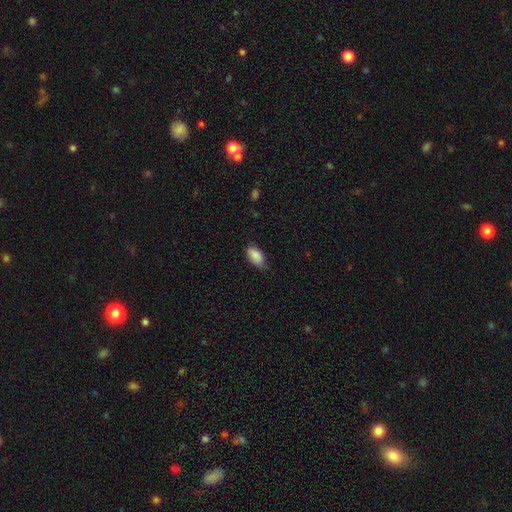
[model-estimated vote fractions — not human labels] smooth-or-featured: smooth: 87% | star or artifact: 7% | featured or disk: 6%
  how-rounded: in between: 93% | round: 4% | cigar-shaped: 3%
  merging: none: 67% | minor disturbance: 27% | major disturbance: 4% | merger: 1%